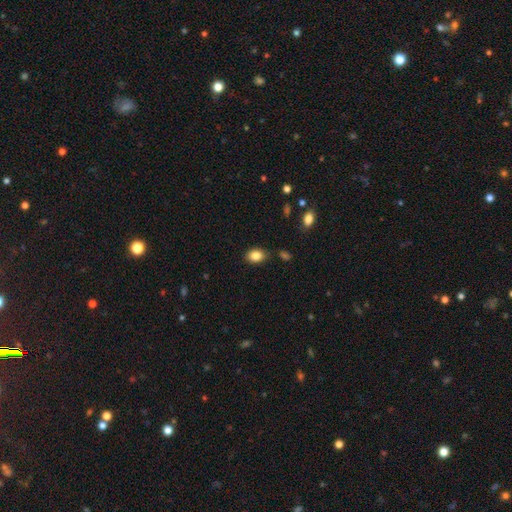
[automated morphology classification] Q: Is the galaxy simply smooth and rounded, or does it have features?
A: smooth — 85%.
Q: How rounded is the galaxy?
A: in between — 79%.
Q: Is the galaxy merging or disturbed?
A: none — 81%.